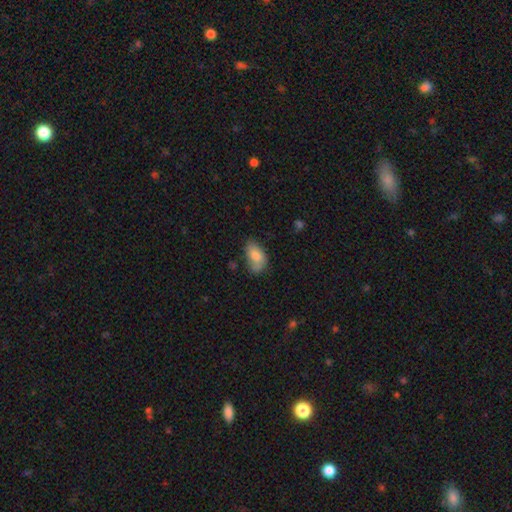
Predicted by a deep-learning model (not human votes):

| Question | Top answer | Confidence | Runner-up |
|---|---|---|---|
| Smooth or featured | smooth | 74% | featured or disk (18%) |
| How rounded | in between | 92% | round (6%) |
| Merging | none | 50% | minor disturbance (33%) |